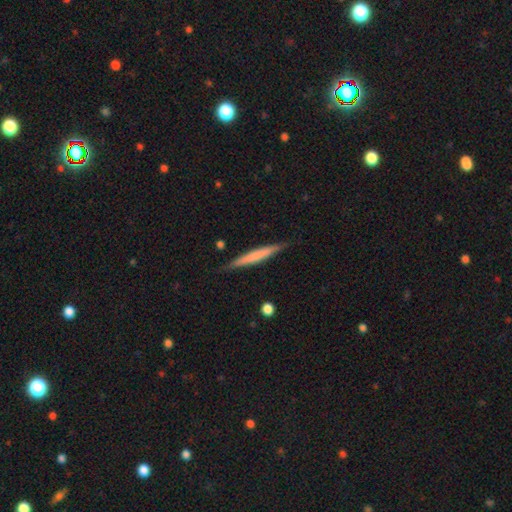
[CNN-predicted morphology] Smooth or featured: smooth — 55% (featured or disk — 39%)
How rounded: cigar-shaped — 96% (in between — 3%)
Merging: none — 86% (minor disturbance — 11%)